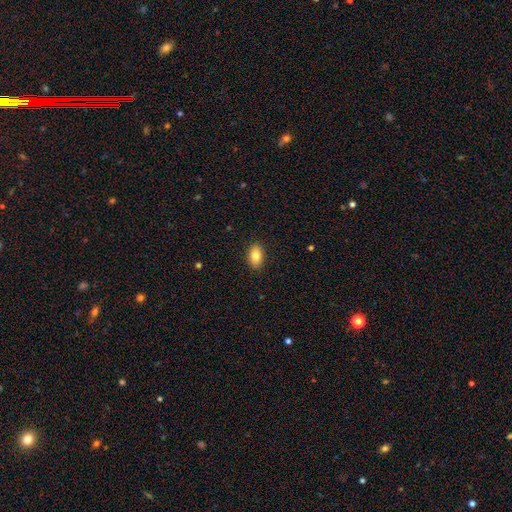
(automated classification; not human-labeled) This appears to be a smooth galaxy with no disk features (82%) that is in between round and cigar-shaped (89%). Merging: none (89%).